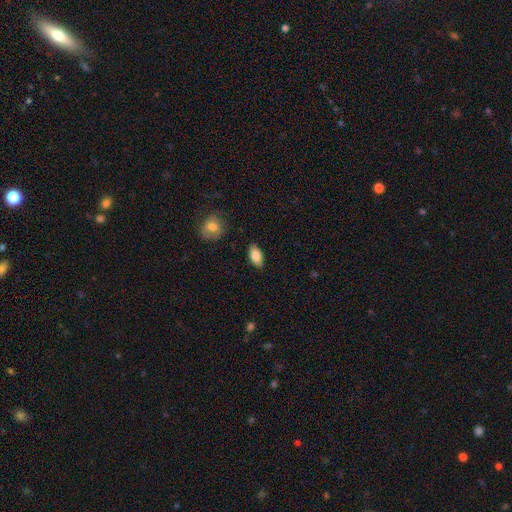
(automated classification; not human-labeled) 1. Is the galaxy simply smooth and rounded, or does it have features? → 85% smooth, 8% featured or disk, 7% star or artifact.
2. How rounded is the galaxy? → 91% in between, 5% cigar-shaped, 4% round.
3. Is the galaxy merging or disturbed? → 86% none, 10% minor disturbance, 2% major disturbance, 1% merger.